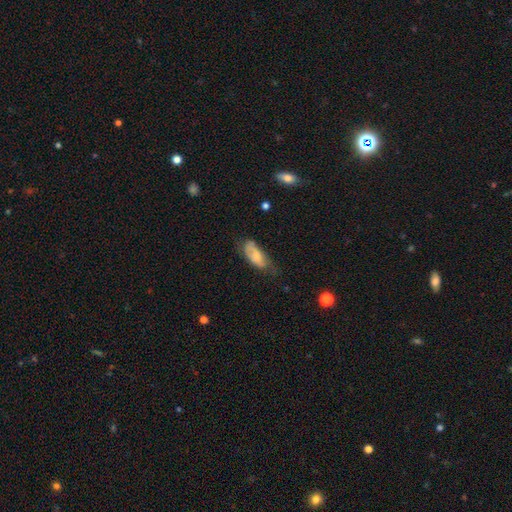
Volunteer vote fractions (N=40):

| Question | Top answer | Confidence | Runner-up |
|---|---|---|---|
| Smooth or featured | smooth | 68% | featured or disk (28%) |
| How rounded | in between | 85% | round (7%) |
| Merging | none | 47% | tied: minor disturbance (47%) |